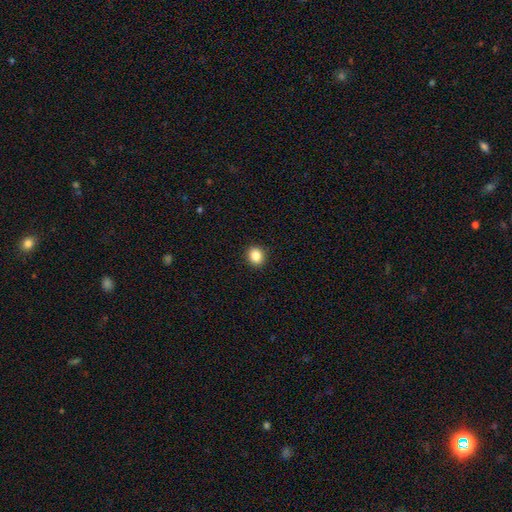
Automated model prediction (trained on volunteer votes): Smooth or featured? Predicted: smooth (p=0.86). How rounded? Predicted: round (p=0.73). Merging? Predicted: none (p=0.92).